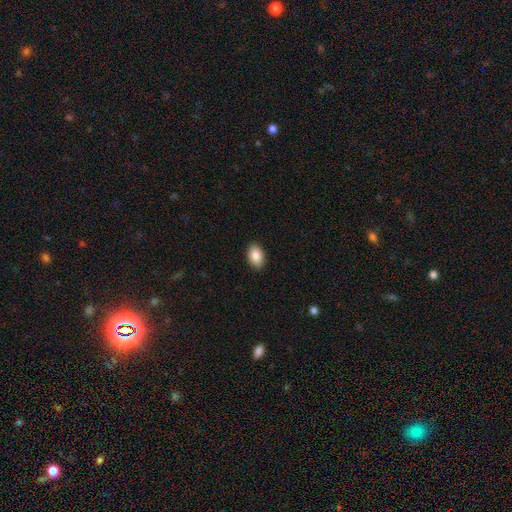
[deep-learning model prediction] smooth_or_featured: smooth (p=0.88) [alt: star or artifact p=0.07]
how_rounded: in between (p=0.88) [alt: round p=0.11]
merging: none (p=0.89) [alt: minor disturbance p=0.08]